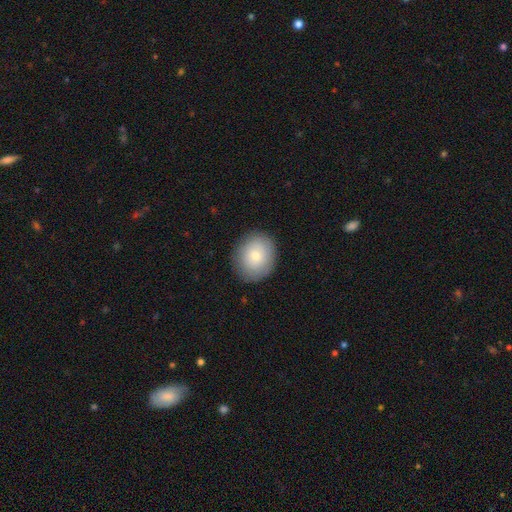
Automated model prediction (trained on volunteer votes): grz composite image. It shows a smooth galaxy with no disk features (77%) that is round (63%). Merging: none (85%).